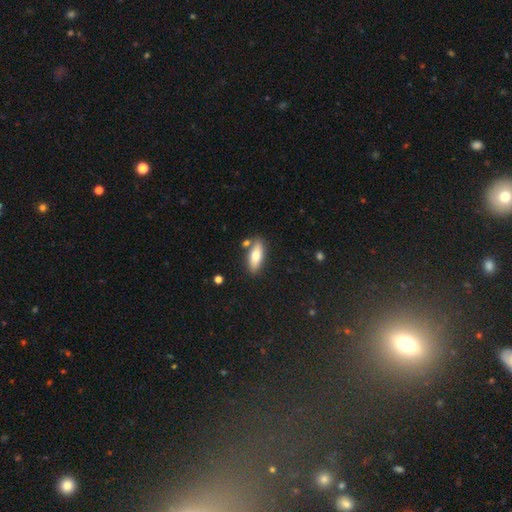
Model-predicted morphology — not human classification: Smooth or featured: smooth — 74% (featured or disk — 20%)
How rounded: in between — 69% (cigar-shaped — 29%)
Merging: none — 80% (minor disturbance — 11%)